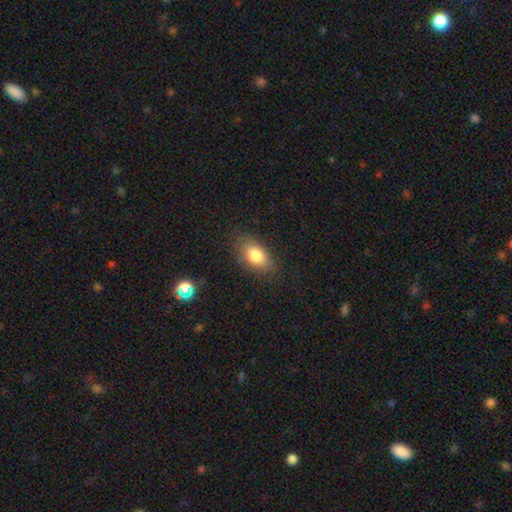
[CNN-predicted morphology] smooth-or-featured: smooth: 80% | featured or disk: 11% | star or artifact: 9%
  how-rounded: in between: 88% | round: 8% | cigar-shaped: 4%
  merging: none: 81% | minor disturbance: 14% | major disturbance: 4% | merger: 1%